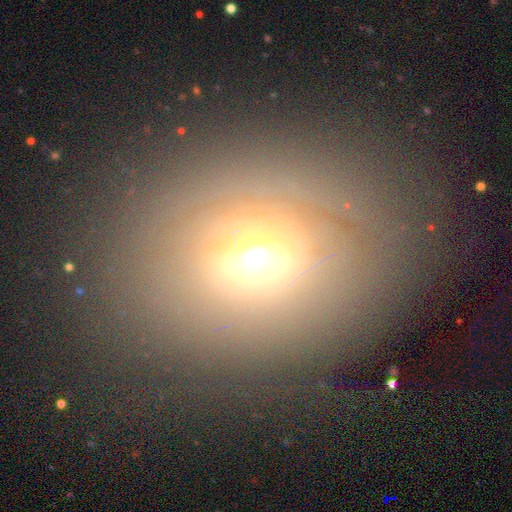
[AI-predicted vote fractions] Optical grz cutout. It shows a smooth galaxy with no disk features (51%) that is round (54%). Merging: none (77%).